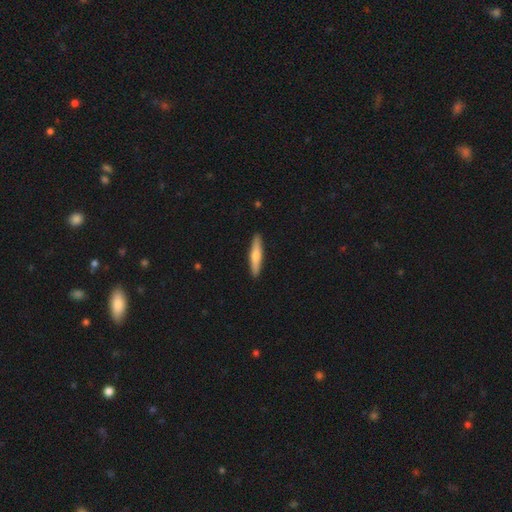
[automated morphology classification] This appears to be a smooth galaxy with no disk features (62%) that is cigar-shaped (88%). Merging: none (91%).